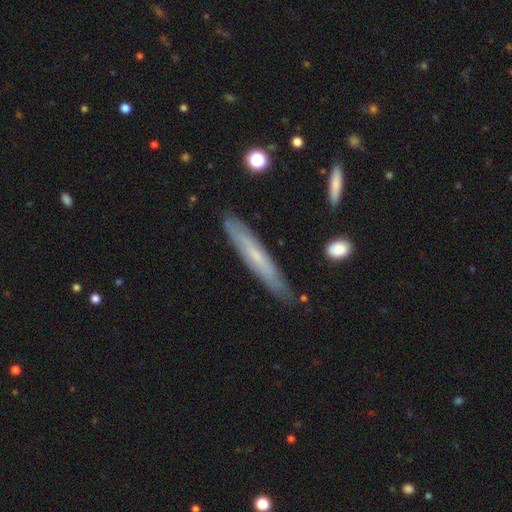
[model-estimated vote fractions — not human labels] Smooth or featured: smooth — 50% (featured or disk — 44%)
Merging: none — 84% (minor disturbance — 13%)